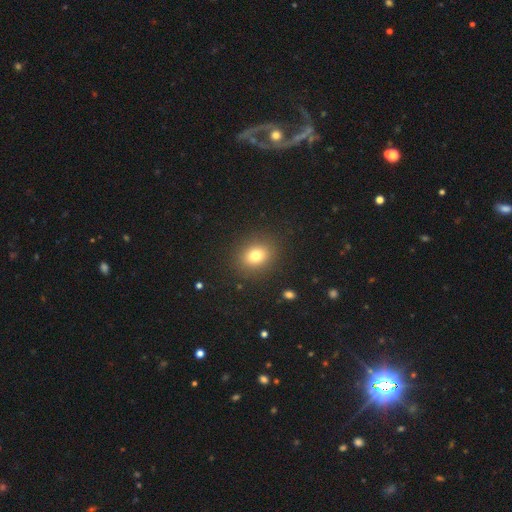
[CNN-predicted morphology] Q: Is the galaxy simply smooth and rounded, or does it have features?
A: smooth — 78%.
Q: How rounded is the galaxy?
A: round — 55%.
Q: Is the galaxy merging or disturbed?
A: none — 88%.